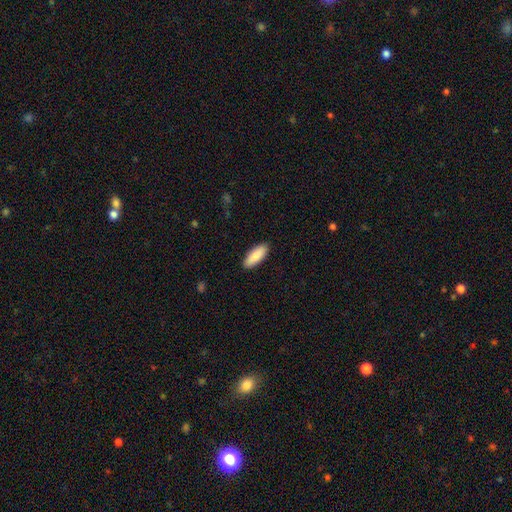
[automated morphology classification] A smooth galaxy with no disk features (88%) that is in between round and cigar-shaped (71%). Merging: none (90%).